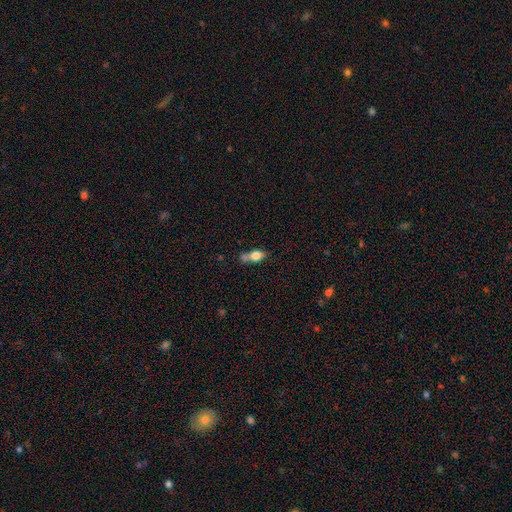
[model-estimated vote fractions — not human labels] Morphology: type=smooth (73%); roundness=in between (72%); merging=none (40%).